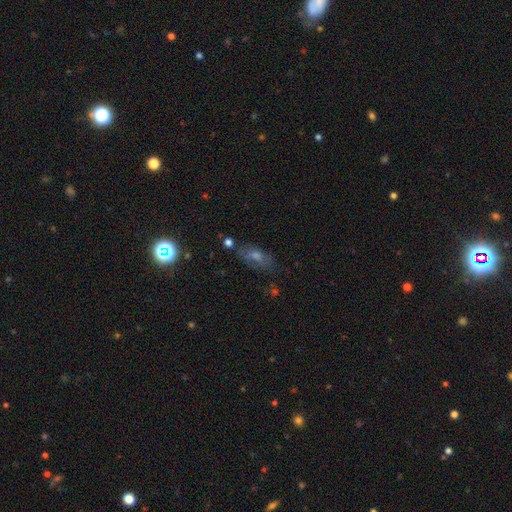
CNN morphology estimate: smooth_or_featured: smooth (p=0.38) [alt: featured or disk p=0.34]
merging: none (p=0.67) [alt: minor disturbance p=0.19]